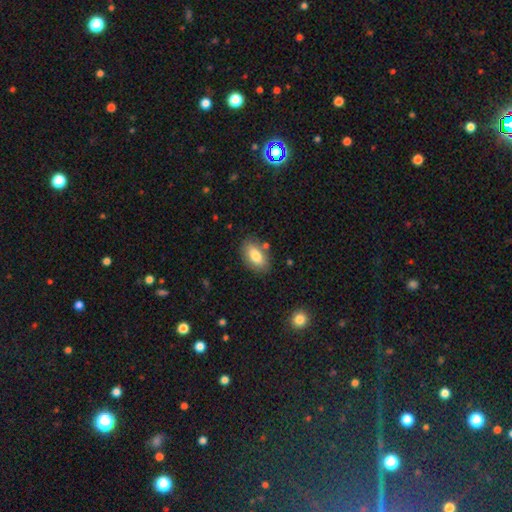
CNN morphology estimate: The model was most divided on "merging": none: 80%, minor disturbance: 13%, merger: 4%, major disturbance: 3%. More confident: how rounded — in between (91%); smooth or featured — smooth (81%).